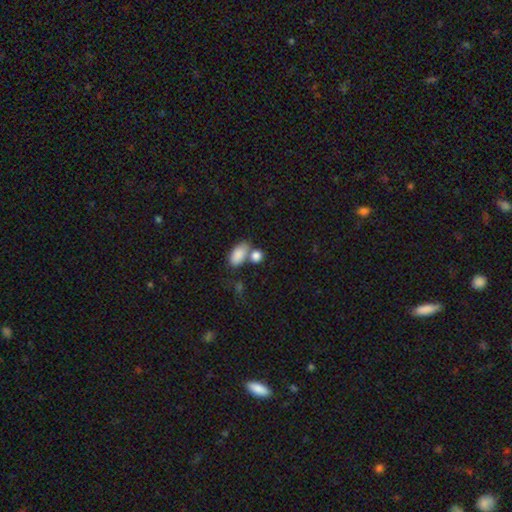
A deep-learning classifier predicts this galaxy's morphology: The model was most divided on "merging": none: 48%, merger: 36%, minor disturbance: 12%, major disturbance: 5%. More confident: smooth or featured — smooth (85%); how rounded — in between (65%).